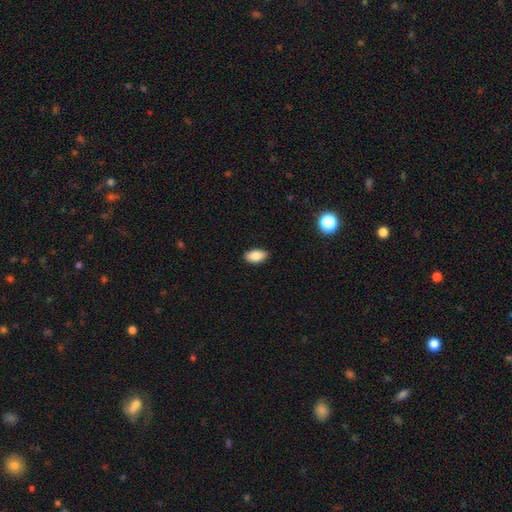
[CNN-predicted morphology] smooth_or_featured: smooth (p=0.86) [alt: star or artifact p=0.08]
how_rounded: in between (p=0.93) [alt: round p=0.05]
merging: none (p=0.88) [alt: minor disturbance p=0.09]